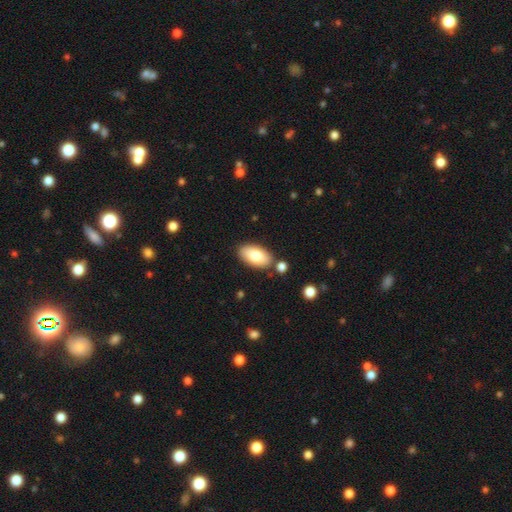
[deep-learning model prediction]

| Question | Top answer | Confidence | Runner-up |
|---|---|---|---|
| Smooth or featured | smooth | 81% | featured or disk (13%) |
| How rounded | in between | 95% | round (3%) |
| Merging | none | 81% | minor disturbance (10%) |